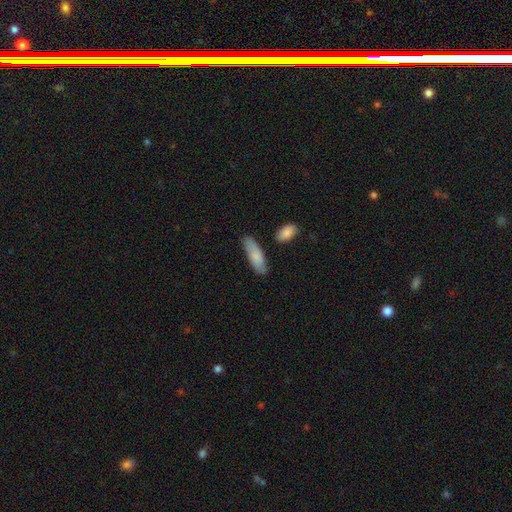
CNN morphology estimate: smooth 80%, featured or disk 15%, star or artifact 6%. Down the decision tree: how rounded — in between (59%); merging — none (73%).